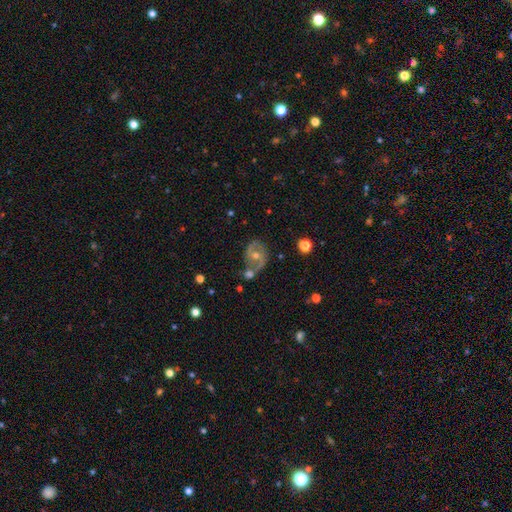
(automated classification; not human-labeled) Overall: featured or disk (77%). Edge-on disk: no (97%). Bar: no (60%; weak 31%). Spiral arms: yes (84%). Spiral arm count: 2 (74%). Spiral winding: medium (48%; tight 28%). Bulge size: moderate (62%; small 33%). Merging: none (53%; merger 21%).